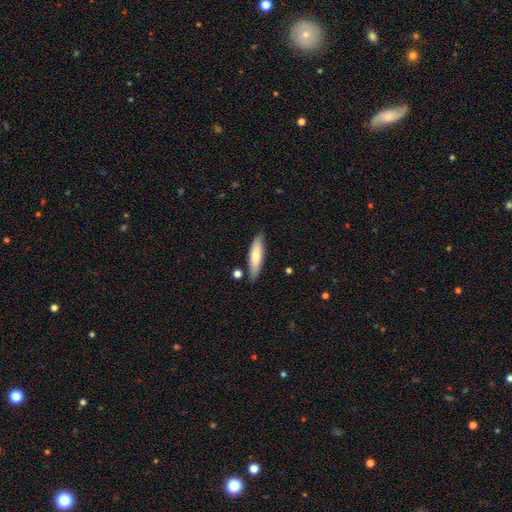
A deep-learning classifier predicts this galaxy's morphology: Q: Smooth or featured?
A: smooth (71%); runner-up: featured or disk (24%)
Q: How rounded?
A: cigar-shaped (70%); runner-up: in between (29%)
Q: Merging?
A: none (81%); runner-up: minor disturbance (13%)